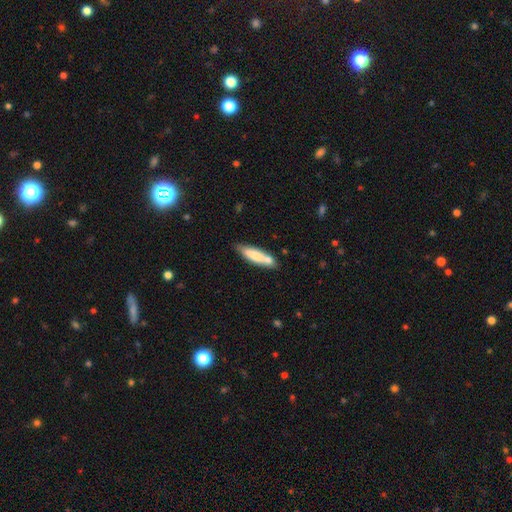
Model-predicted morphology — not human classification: This is likely a smooth galaxy (72%). How rounded: likely cigar-shaped (72%). Merging: likely none (64%).